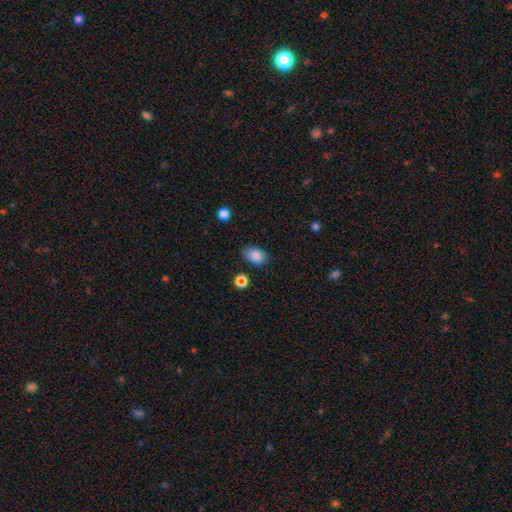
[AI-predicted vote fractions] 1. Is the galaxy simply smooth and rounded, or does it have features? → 86% smooth, 8% star or artifact, 6% featured or disk.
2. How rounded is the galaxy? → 82% in between, 16% round, 1% cigar-shaped.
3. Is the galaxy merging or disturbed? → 78% none, 16% minor disturbance, 4% major disturbance, 2% merger.